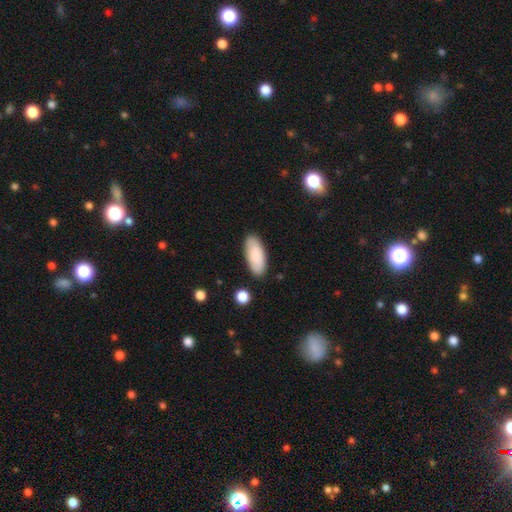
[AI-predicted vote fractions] Overall: smooth (86%). How rounded: in between (84%). Merging: none (86%).